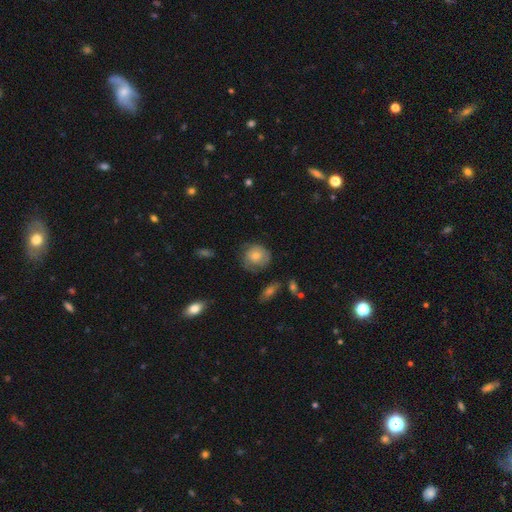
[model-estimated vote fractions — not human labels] A smooth galaxy with no disk features (60%) that is round (84%).

Vote fractions:
- Smooth or featured? smooth: 60% / featured or disk: 32% / star or artifact: 8%
- How rounded? round: 84% / in between: 14% / cigar-shaped: 1%
- Merging? none: 64% / minor disturbance: 25% / major disturbance: 9% / merger: 2%